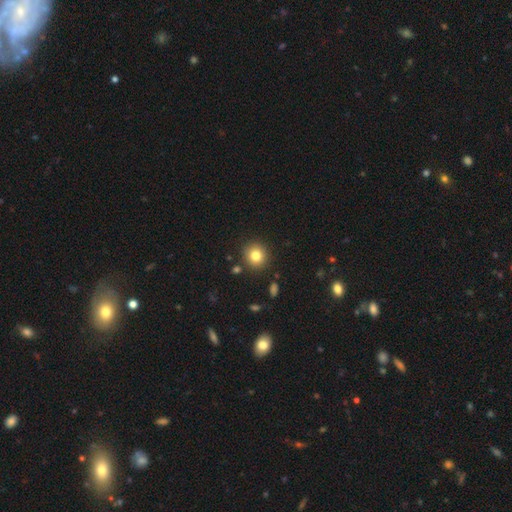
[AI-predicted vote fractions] This appears to be a smooth galaxy with no disk features (81%) that is round (90%). Merging: none (88%).